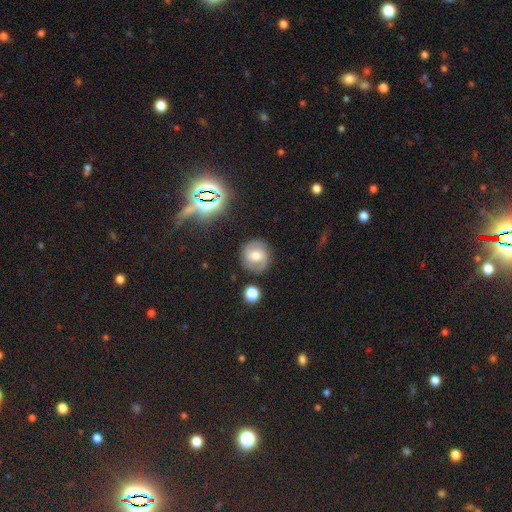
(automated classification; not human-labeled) smooth-or-featured: featured or disk: 61% | smooth: 29% | star or artifact: 10%
  disk-edge-on: no: 97% | yes: 3%
    bar: weak: 43% | no: 40% | strong: 16%
    has-spiral-arms: yes: 88% | no: 12%
      spiral-winding: medium: 47% | tight: 34% | loose: 18%
      spiral-arm-count: 2: 86% | can't tell: 7% | 3: 2% | 1: 2% | 4: 1% | more than 4: 1%
    bulge-size: moderate: 68% | small: 22% | large: 7% | none: 2% | dominant: 1%
  merging: none: 84% | minor disturbance: 11% | major disturbance: 3% | merger: 2%